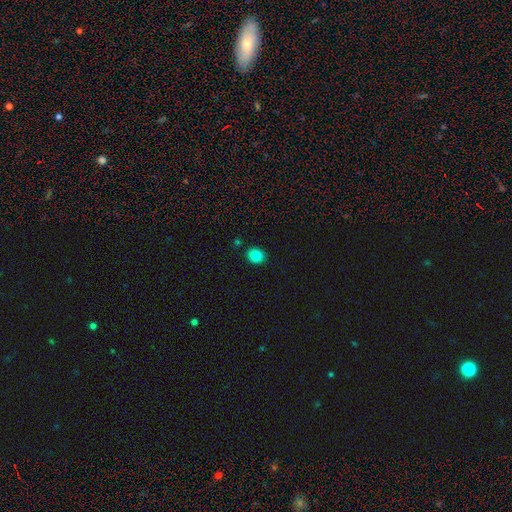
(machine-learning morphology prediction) Overall: smooth (85%). How rounded: round (66%; in between 33%). Merging: none (87%).